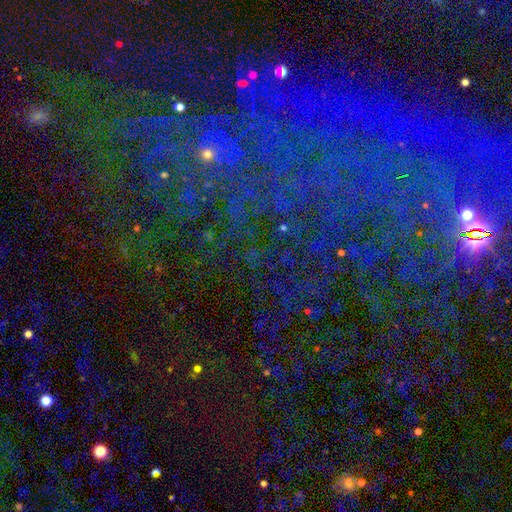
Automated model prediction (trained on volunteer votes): Smooth or featured?
  - star or artifact: 80% *
  - featured or disk: 10%
  - smooth: 10%